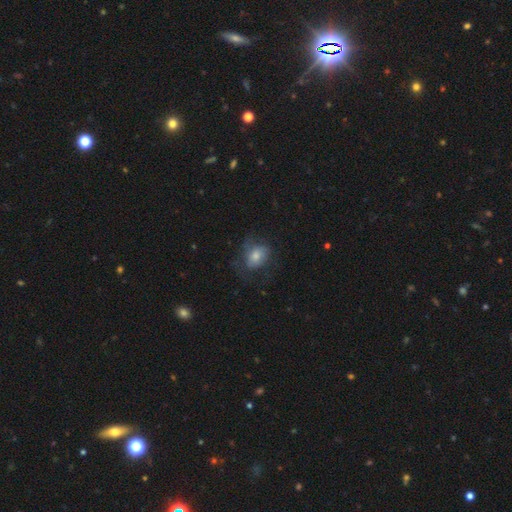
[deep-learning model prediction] This appears to be a smooth galaxy with no disk features (58%) that is in between round and cigar-shaped (55%). Merging: none (56%).